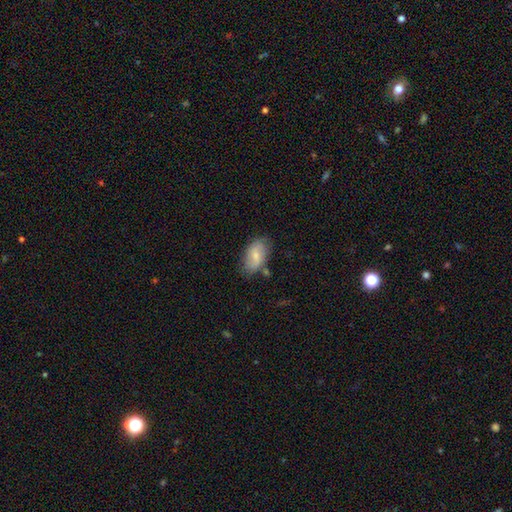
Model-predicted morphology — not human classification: smooth-or-featured: smooth: 64% | featured or disk: 30% | star or artifact: 7%
  how-rounded: in between: 93% | round: 5% | cigar-shaped: 2%
  merging: none: 68% | minor disturbance: 22% | major disturbance: 5% | merger: 5%